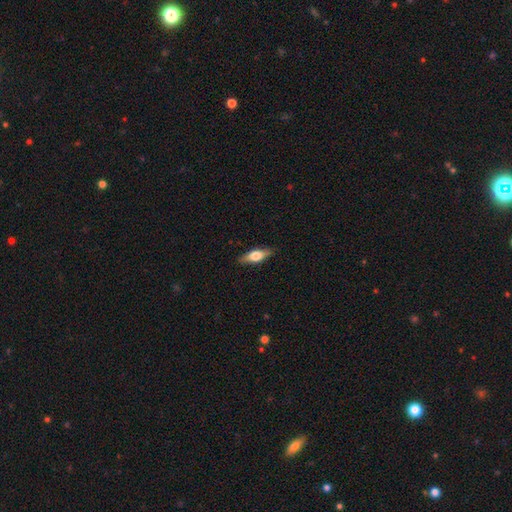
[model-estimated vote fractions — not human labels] This appears to be a smooth galaxy with no disk features (54%) that is in between round and cigar-shaped (61%). Merging: none (87%).